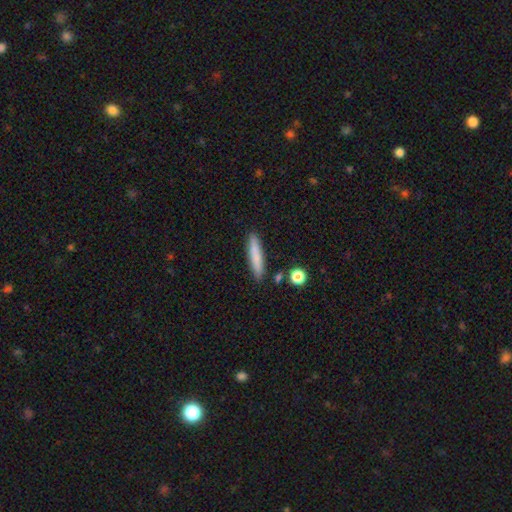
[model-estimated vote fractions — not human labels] This is likely a smooth galaxy (80%). How rounded: clearly cigar-shaped (90%). Merging: clearly none (87%).